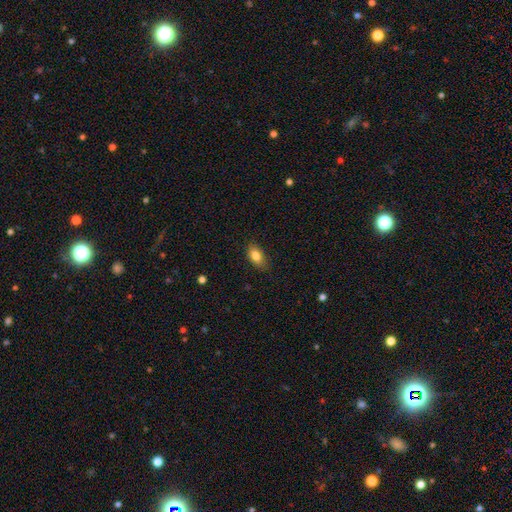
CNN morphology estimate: This is clearly a smooth galaxy (83%). How rounded: clearly in between (88%). Merging: clearly none (82%).